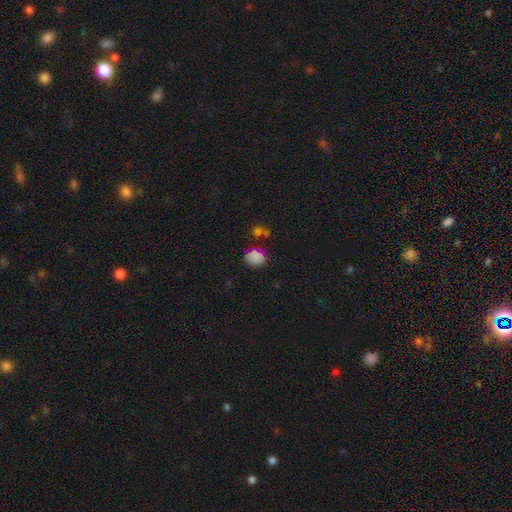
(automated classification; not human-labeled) The model was most divided on "how rounded": round: 65%, in between: 34%, cigar-shaped: 1%. More confident: smooth or featured — smooth (78%); merging — none (70%).